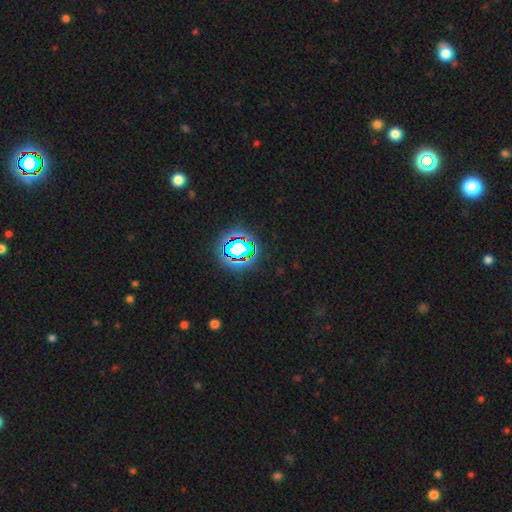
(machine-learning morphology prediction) Smooth or featured?
  - star or artifact: 81% *
  - smooth: 12%
  - featured or disk: 7%